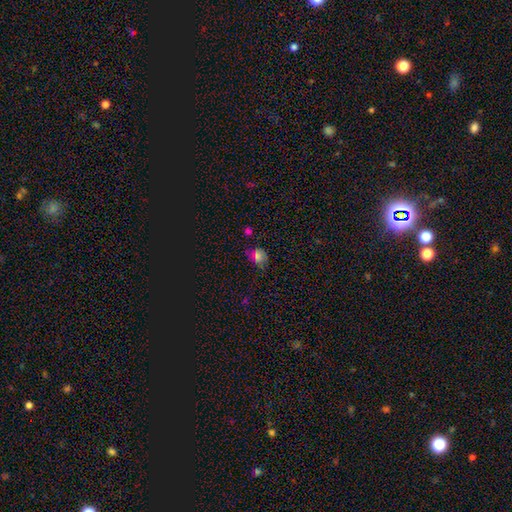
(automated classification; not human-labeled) A smooth galaxy with no disk features (69%) that is in between round and cigar-shaped (50%). Merging: none (62%).